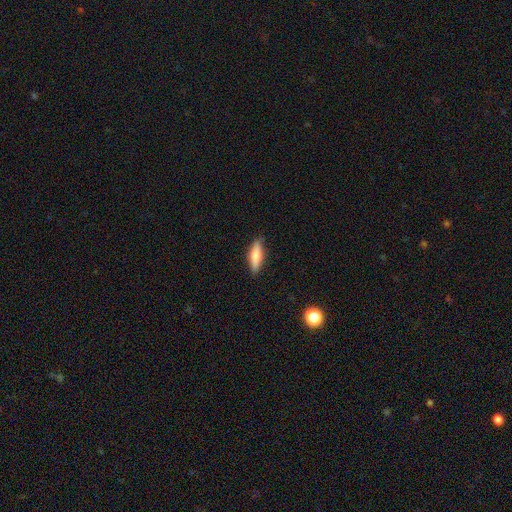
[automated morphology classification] Smooth or featured? smooth (73%)
How rounded? cigar-shaped (58%)
Merging? none (87%)